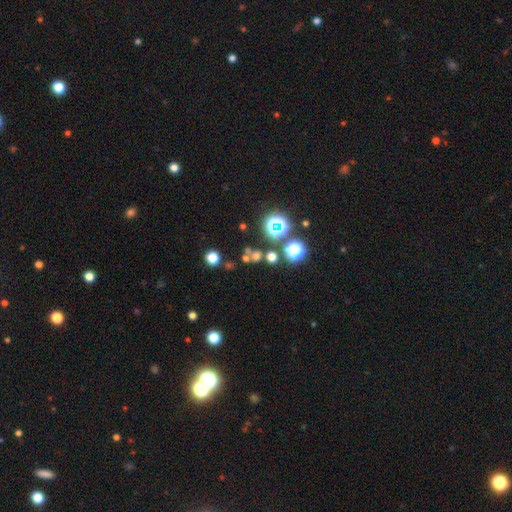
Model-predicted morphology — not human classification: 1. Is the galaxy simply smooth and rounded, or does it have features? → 49% smooth, 40% star or artifact, 11% featured or disk.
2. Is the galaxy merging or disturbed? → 61% none, 25% merger, 9% minor disturbance, 5% major disturbance.